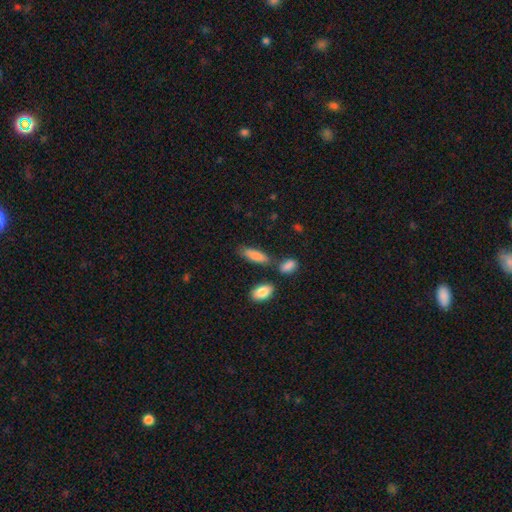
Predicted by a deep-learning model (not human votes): This appears to be a smooth galaxy with no disk features (83%) that is in between round and cigar-shaped (53%). Merging: none (70%).